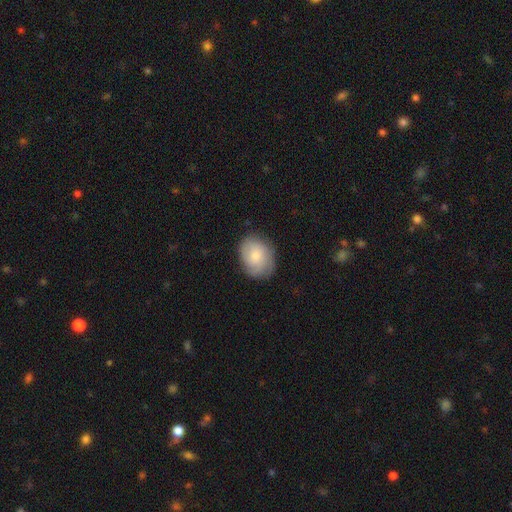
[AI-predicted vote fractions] This appears to be a smooth galaxy with no disk features (64%) that is in between round and cigar-shaped (50%). Merging: none (77%).